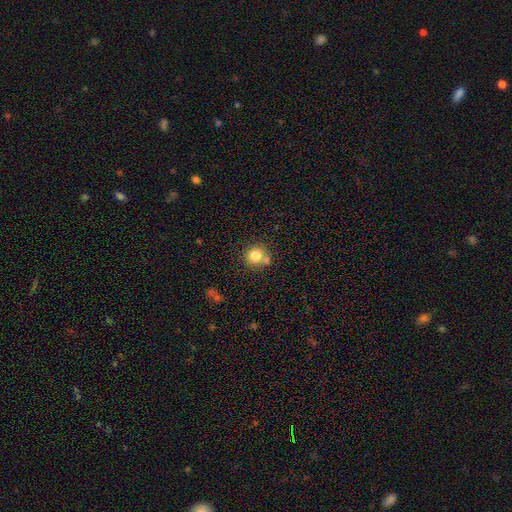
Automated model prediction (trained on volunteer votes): Smooth or featured?
  - smooth: 80% *
  - star or artifact: 10%
  - featured or disk: 10%
How rounded?
  - round: 91% *
  - in between: 9%
  - cigar-shaped: 1%
Merging?
  - none: 62% *
  - merger: 23%
  - minor disturbance: 11%
  - major disturbance: 4%